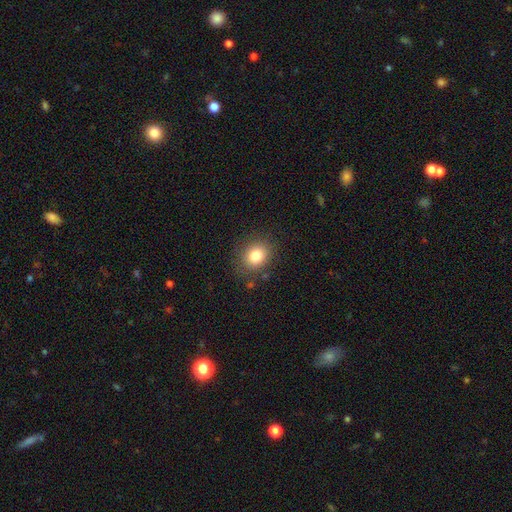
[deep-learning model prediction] Smooth or featured?
  - smooth: 81% *
  - star or artifact: 11%
  - featured or disk: 8%
How rounded?
  - round: 64% *
  - in between: 35%
  - cigar-shaped: 1%
Merging?
  - none: 84% *
  - minor disturbance: 10%
  - major disturbance: 4%
  - merger: 2%